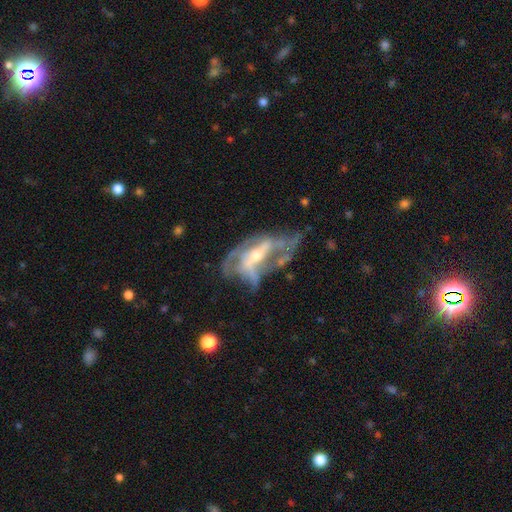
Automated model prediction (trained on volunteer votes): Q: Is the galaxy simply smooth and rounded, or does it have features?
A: featured or disk — 82%.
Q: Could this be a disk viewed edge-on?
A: no — 93%.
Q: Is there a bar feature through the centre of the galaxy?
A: weak — 35%.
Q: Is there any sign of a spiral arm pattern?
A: yes — 74%.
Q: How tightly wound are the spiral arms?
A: medium — 41%.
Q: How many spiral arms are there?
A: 2 — 38%.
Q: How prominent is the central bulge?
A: moderate — 52%.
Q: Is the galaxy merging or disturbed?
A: none — 36%.